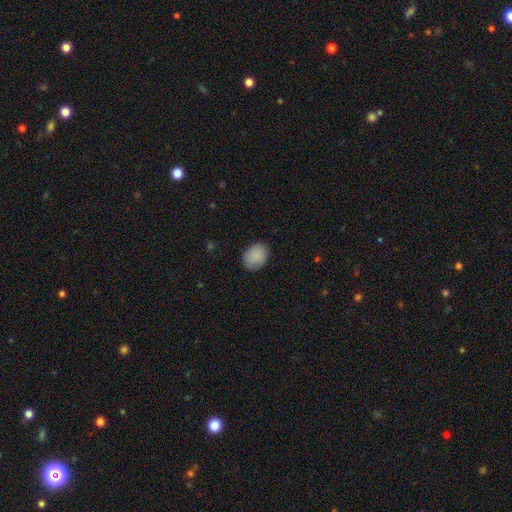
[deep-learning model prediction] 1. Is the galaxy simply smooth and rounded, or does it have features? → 88% smooth, 7% star or artifact, 5% featured or disk.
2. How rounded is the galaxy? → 55% in between, 44% round, 1% cigar-shaped.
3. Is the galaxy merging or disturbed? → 85% none, 11% minor disturbance, 3% major disturbance, 1% merger.